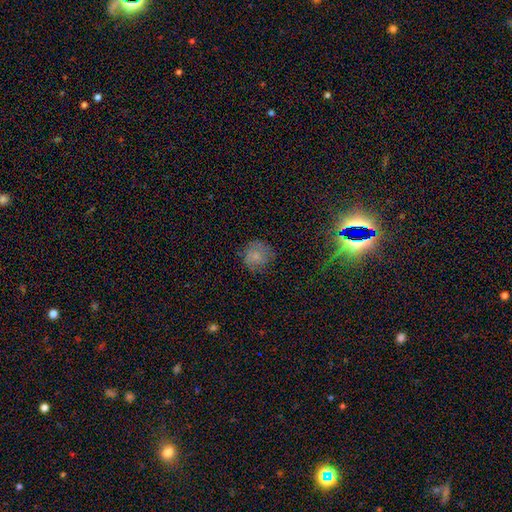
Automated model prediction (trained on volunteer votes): smooth_or_featured: smooth (p=0.69) [alt: featured or disk p=0.18]
how_rounded: round (p=0.87) [alt: in between p=0.12]
merging: none (p=0.73) [alt: minor disturbance p=0.19]